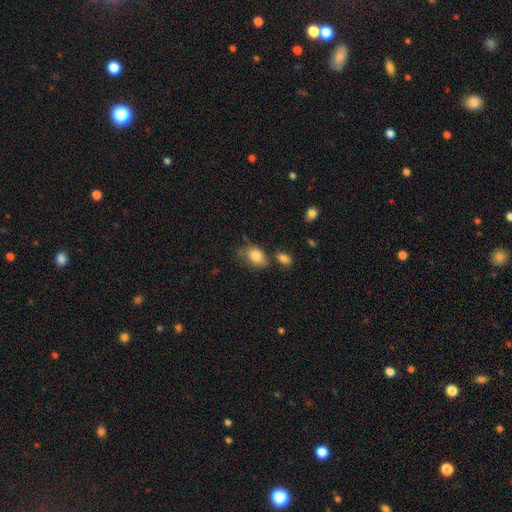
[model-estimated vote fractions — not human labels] A smooth galaxy with no disk features (83%) that is in between round and cigar-shaped (79%).

Vote fractions:
- Smooth or featured? smooth: 83% / featured or disk: 10% / star or artifact: 8%
- How rounded? in between: 79% / round: 20% / cigar-shaped: 1%
- Merging? none: 47% / minor disturbance: 29% / merger: 13% / major disturbance: 11%